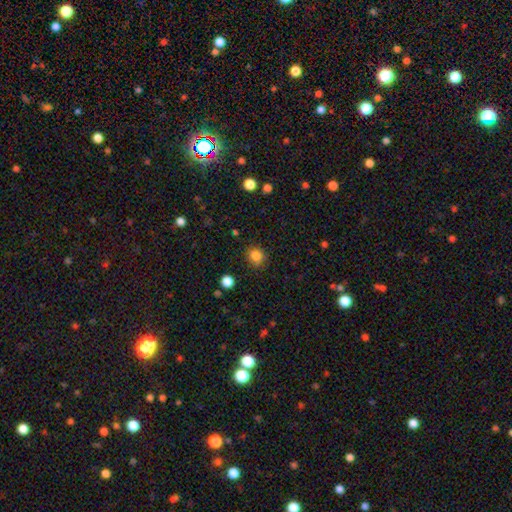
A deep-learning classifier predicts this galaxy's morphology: Q: Smooth or featured?
A: smooth (84%); runner-up: star or artifact (12%)
Q: How rounded?
A: round (79%); runner-up: in between (20%)
Q: Merging?
A: none (80%); runner-up: minor disturbance (14%)